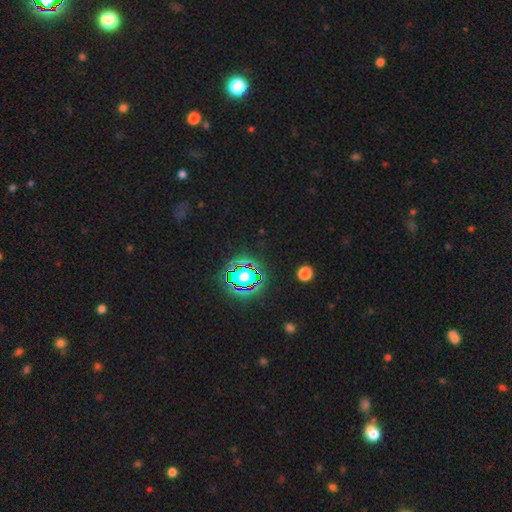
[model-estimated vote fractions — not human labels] Morphology: type=star or artifact (78%).